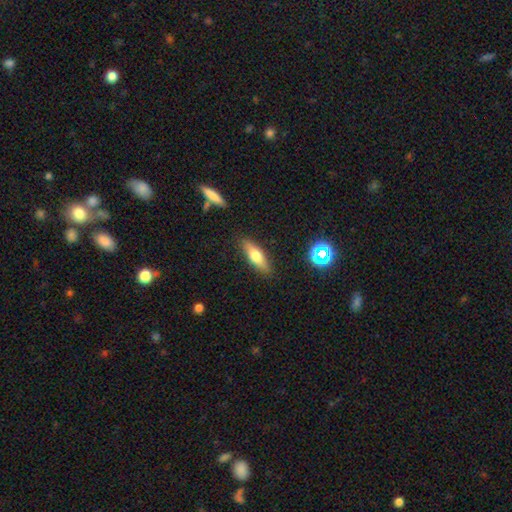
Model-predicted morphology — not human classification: This appears to be a smooth galaxy with no disk features (62%) that is cigar-shaped (53%). Merging: none (87%).